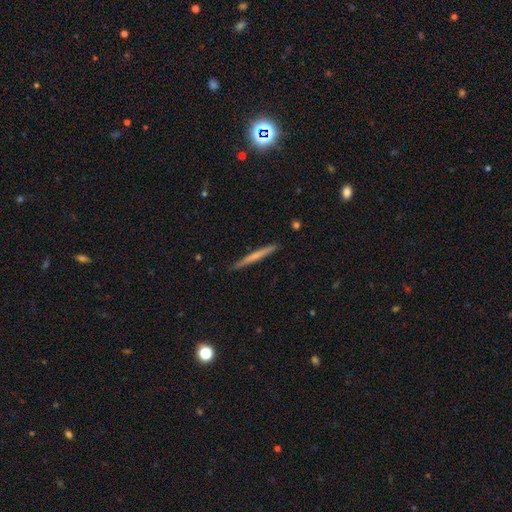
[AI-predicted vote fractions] Smooth or featured: smooth — 51% (featured or disk — 43%)
How rounded: cigar-shaped — 97% (in between — 2%)
Merging: none — 90% (minor disturbance — 8%)